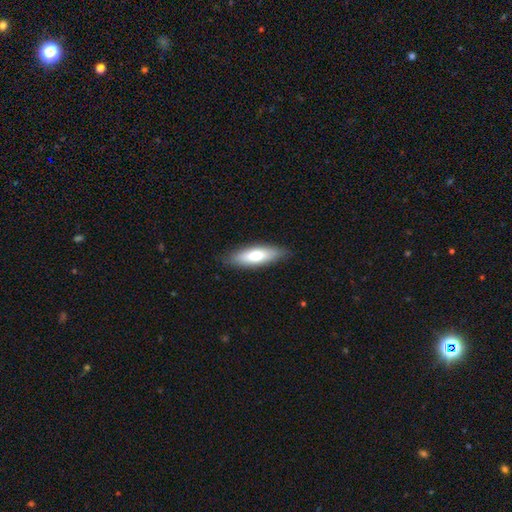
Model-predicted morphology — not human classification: type=smooth (69%); roundness=in between (55%); merging=none (83%).